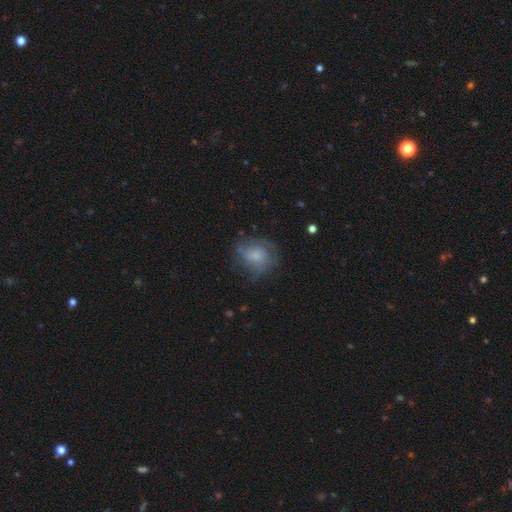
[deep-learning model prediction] A smooth galaxy with no disk features (56%) that is round (71%).

Vote fractions:
- Smooth or featured? smooth: 56% / featured or disk: 34% / star or artifact: 10%
- How rounded? round: 71% / in between: 27% / cigar-shaped: 1%
- Merging? none: 60% / minor disturbance: 23% / major disturbance: 15% / merger: 2%